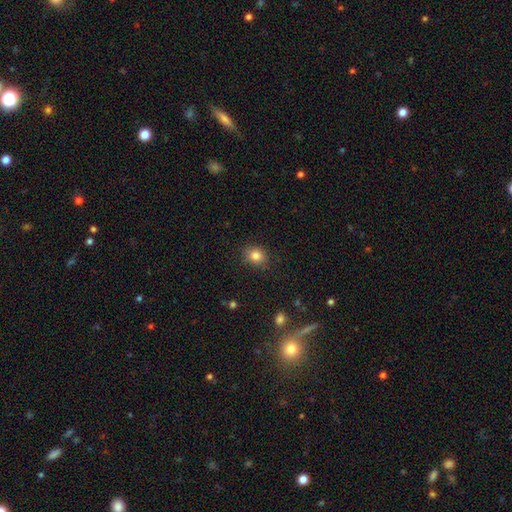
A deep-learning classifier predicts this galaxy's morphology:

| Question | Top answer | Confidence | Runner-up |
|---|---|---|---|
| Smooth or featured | smooth | 83% | star or artifact (11%) |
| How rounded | round | 57% | in between (42%) |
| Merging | none | 86% | minor disturbance (10%) |